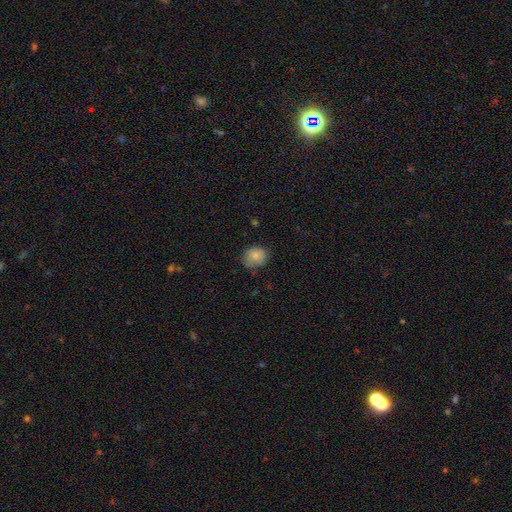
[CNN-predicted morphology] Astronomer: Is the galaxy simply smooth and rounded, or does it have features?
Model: smooth — 84%.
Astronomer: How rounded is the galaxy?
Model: round — 66%.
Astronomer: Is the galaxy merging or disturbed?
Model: none — 70%.